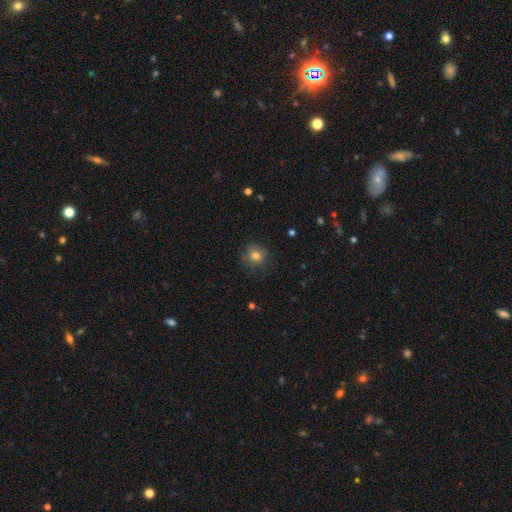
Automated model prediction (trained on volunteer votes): Smooth or featured? Predicted: smooth (p=0.78). How rounded? Predicted: round (p=0.86). Merging? Predicted: none (p=0.80).